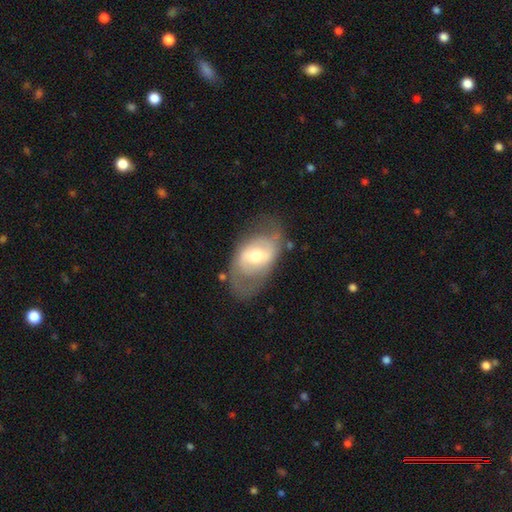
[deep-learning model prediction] Smooth or featured: featured or disk — 67% (smooth — 27%)
Edge-on disk: no — 94% (yes — 6%)
Bar: weak — 47% (strong — 28%)
Spiral arms: yes — 70% (no — 30%)
Bulge size: moderate — 64% (small — 20%)
Merging: none — 61% (minor disturbance — 22%)